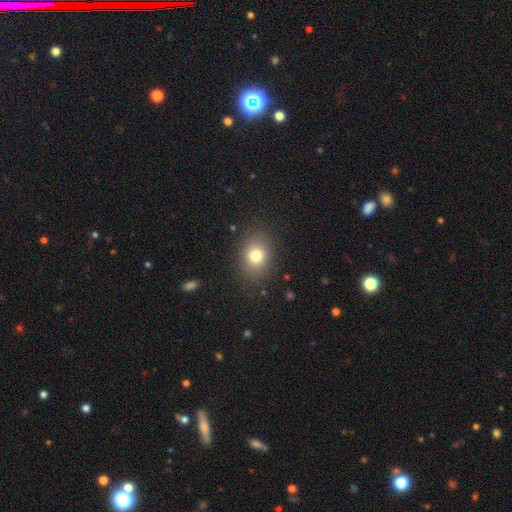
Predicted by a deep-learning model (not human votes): Smooth or featured? Predicted: smooth (p=0.78). How rounded? Predicted: in between (p=0.57). Merging? Predicted: none (p=0.85).